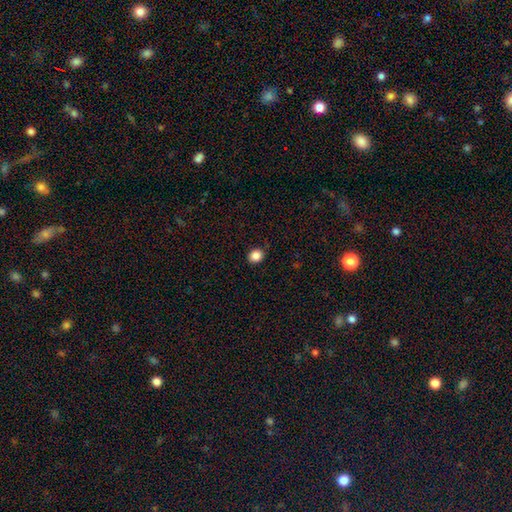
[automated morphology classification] smooth-or-featured: smooth: 86% | star or artifact: 10% | featured or disk: 3%
  how-rounded: round: 75% | in between: 24% | cigar-shaped: 1%
  merging: none: 88% | minor disturbance: 8% | major disturbance: 2% | merger: 1%